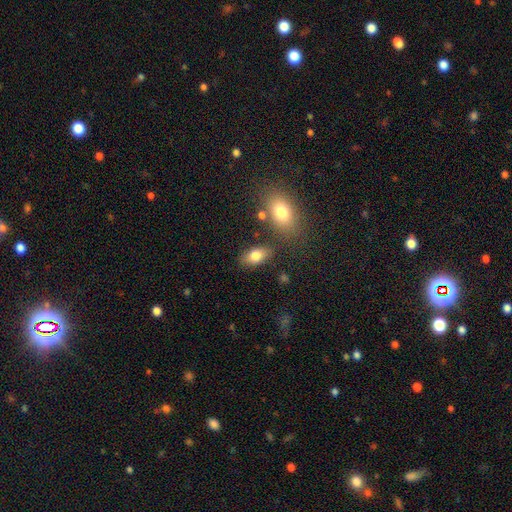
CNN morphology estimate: A smooth galaxy with no disk features (80%) that is in between round and cigar-shaped (90%). Merging: none (77%).